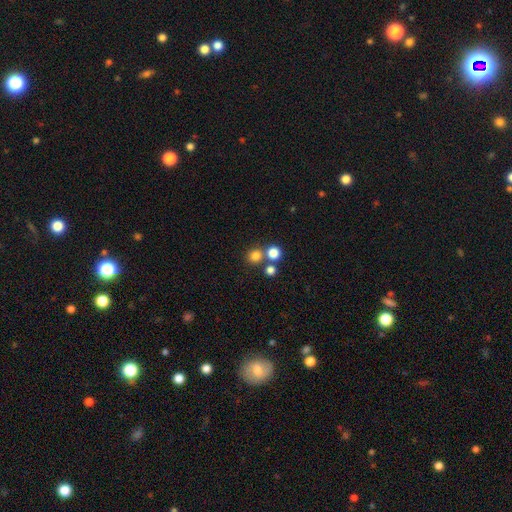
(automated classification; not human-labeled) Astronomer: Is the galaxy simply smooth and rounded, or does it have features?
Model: smooth — 77%.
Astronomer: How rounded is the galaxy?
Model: round — 90%.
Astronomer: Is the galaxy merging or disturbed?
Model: none — 66%.